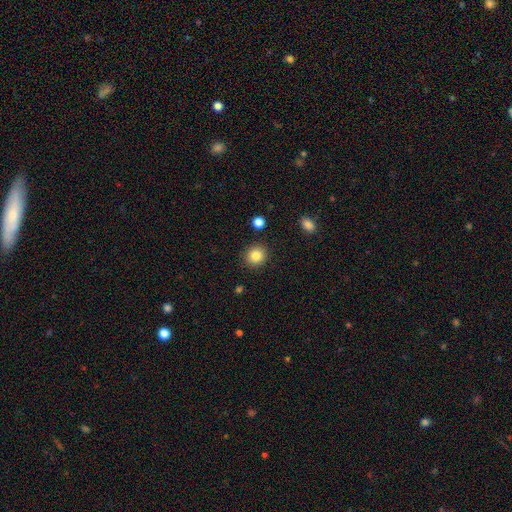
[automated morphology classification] This is clearly a smooth galaxy (84%). How rounded: clearly round (86%). Merging: clearly none (90%).